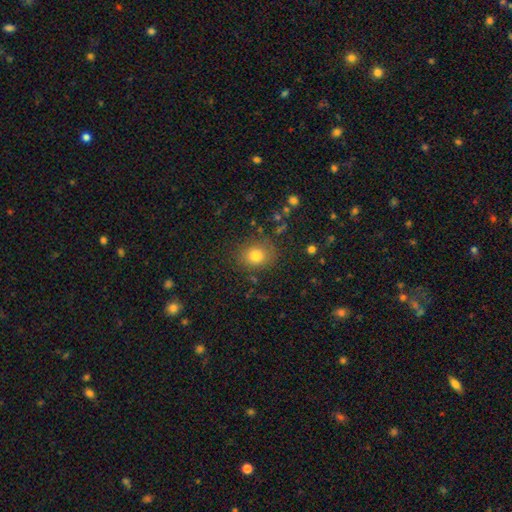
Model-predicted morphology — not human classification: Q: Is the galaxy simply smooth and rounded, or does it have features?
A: smooth — 80%.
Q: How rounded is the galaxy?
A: round — 71%.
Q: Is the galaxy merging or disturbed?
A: none — 79%.